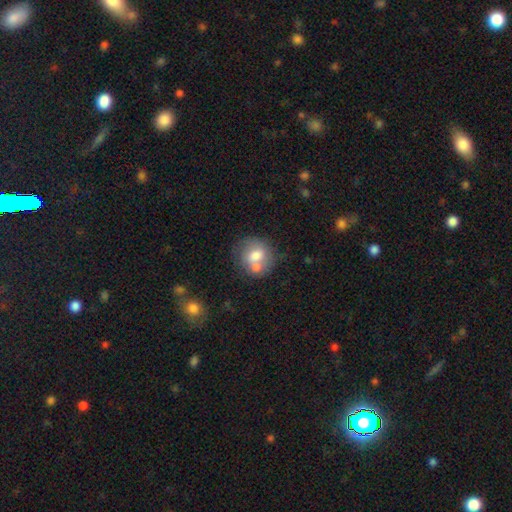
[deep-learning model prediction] Overall: smooth (65%; featured or disk 27%). How rounded: round (76%). Merging: none (42%; merger 39%).